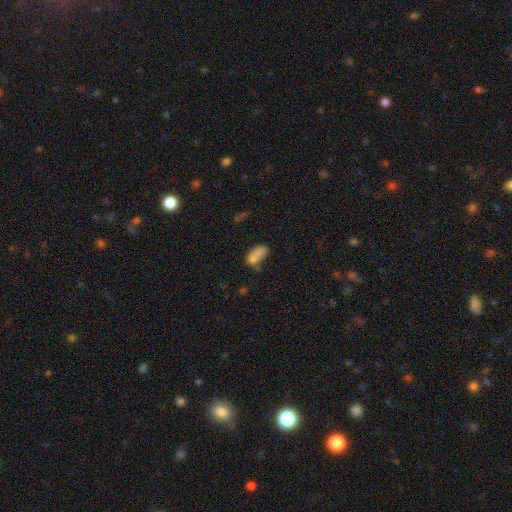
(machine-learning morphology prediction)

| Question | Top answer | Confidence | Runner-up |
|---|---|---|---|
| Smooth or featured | smooth | 76% | featured or disk (13%) |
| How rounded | in between | 87% | cigar-shaped (7%) |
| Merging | none | 33% | merger (30%) |